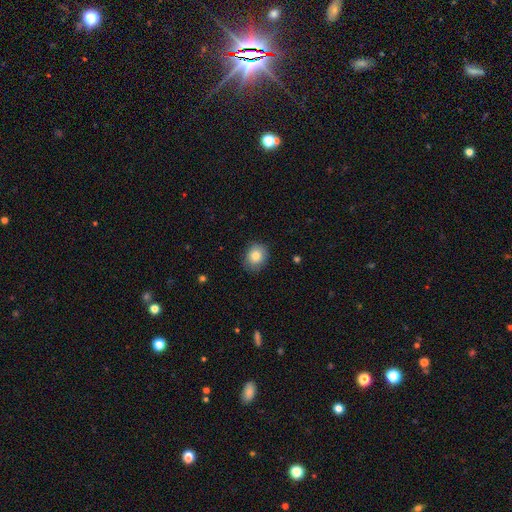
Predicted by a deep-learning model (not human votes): smooth 83%, featured or disk 9%, star or artifact 9%. Down the decision tree: how rounded — round (63%); merging — none (85%).